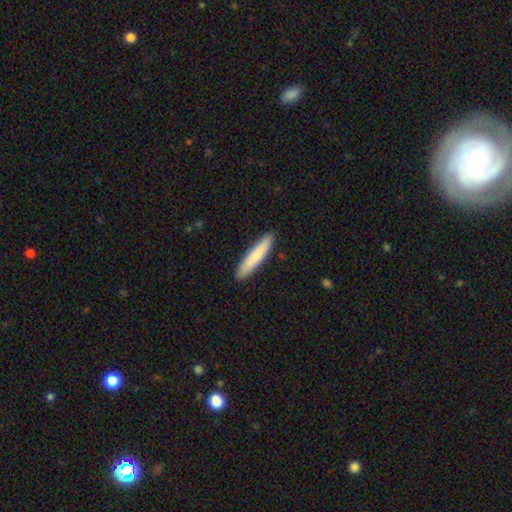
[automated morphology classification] This appears to be a smooth galaxy with no disk features (79%) that is cigar-shaped (90%). Merging: none (91%).